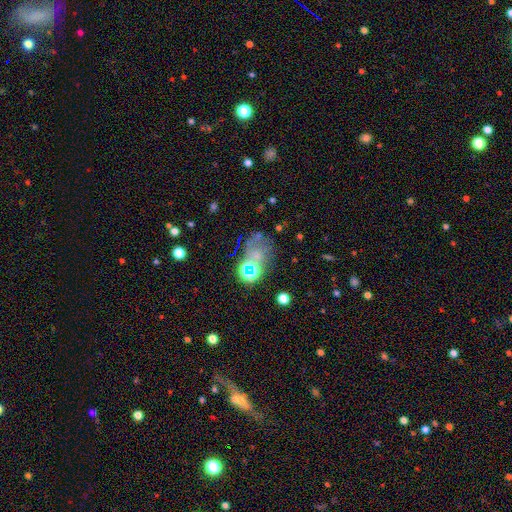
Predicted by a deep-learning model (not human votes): This appears to be a smooth galaxy with no disk features (41%). Merging: none (45%).